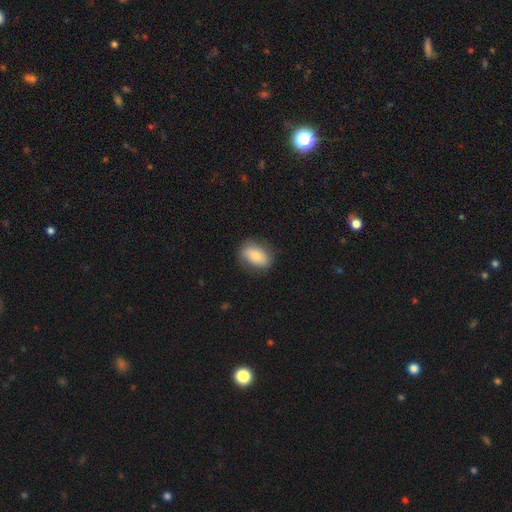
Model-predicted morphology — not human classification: smooth 75%, featured or disk 18%, star or artifact 7%. Down the decision tree: how rounded — in between (82%); merging — none (81%).